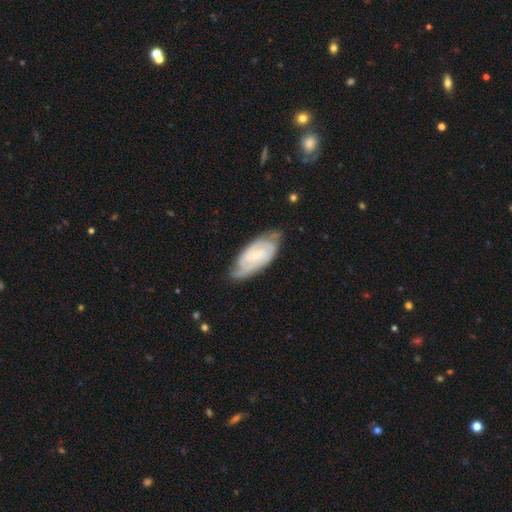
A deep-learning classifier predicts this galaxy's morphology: Smooth or featured?
  - featured or disk: 80% *
  - smooth: 15%
  - star or artifact: 5%
Edge-on disk?
  - no: 95% *
  - yes: 5%
Bar?
  - no: 46% *
  - weak: 42%
  - strong: 12%
Spiral arms?
  - yes: 96% *
  - no: 4%
Spiral winding?
  - tight: 60% *
  - medium: 33%
  - loose: 7%
Spiral arm count?
  - 2: 63% *
  - can't tell: 19%
  - 3: 11%
  - 4: 3%
  - 1: 3%
  - more than 4: 2%
Bulge size?
  - small: 68% *
  - moderate: 16%
  - none: 13%
  - large: 2%
  - dominant: 1%
Merging?
  - none: 70% *
  - minor disturbance: 22%
  - major disturbance: 6%
  - merger: 2%